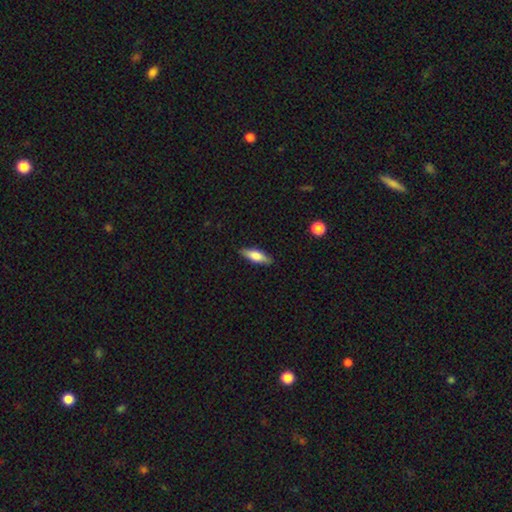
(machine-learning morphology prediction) smooth-or-featured: smooth: 71% | featured or disk: 23% | star or artifact: 6%
  how-rounded: in between: 51% | cigar-shaped: 46% | round: 2%
  merging: none: 86% | minor disturbance: 11% | major disturbance: 2% | merger: 1%